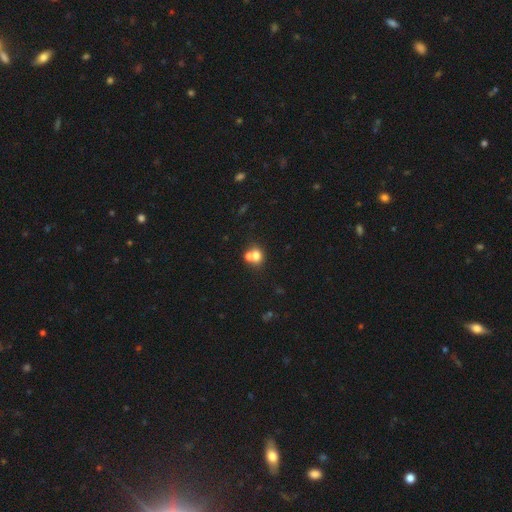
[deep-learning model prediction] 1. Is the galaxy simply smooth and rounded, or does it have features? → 70% smooth, 17% featured or disk, 13% star or artifact.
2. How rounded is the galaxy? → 65% round, 33% in between, 1% cigar-shaped.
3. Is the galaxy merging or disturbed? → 54% merger, 35% none, 7% minor disturbance, 4% major disturbance.